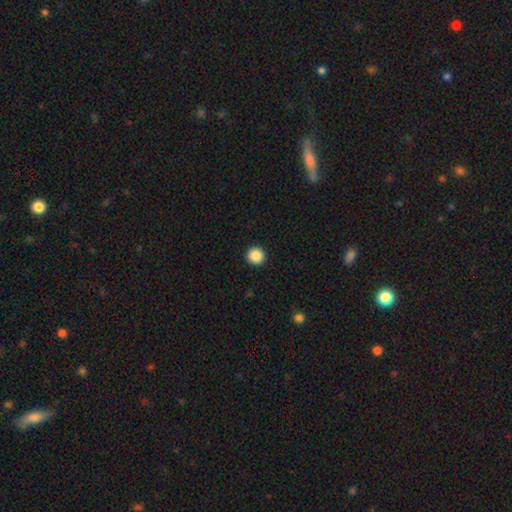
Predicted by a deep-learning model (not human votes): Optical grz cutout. It shows a smooth galaxy with no disk features (87%) that is round (96%). Merging: none (94%).